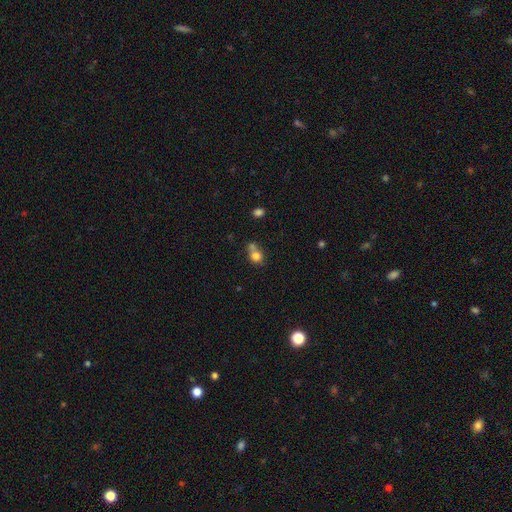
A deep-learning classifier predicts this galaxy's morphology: Smooth or featured? smooth (78%)
How rounded? round (73%)
Merging? merger (44%)